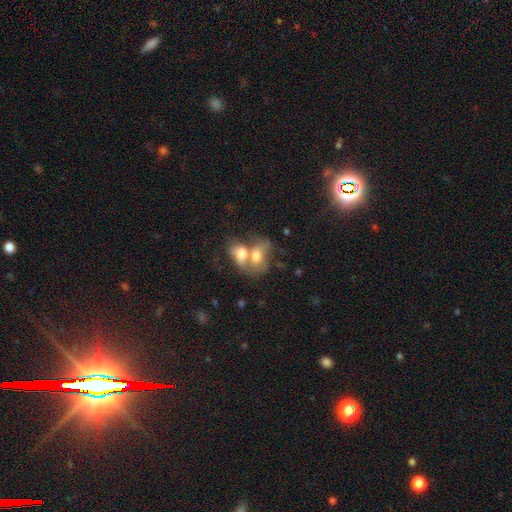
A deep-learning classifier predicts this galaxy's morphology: smooth 55%, featured or disk 32%, star or artifact 13%. Down the decision tree: how rounded — in between (73%); merging — merger (74%).